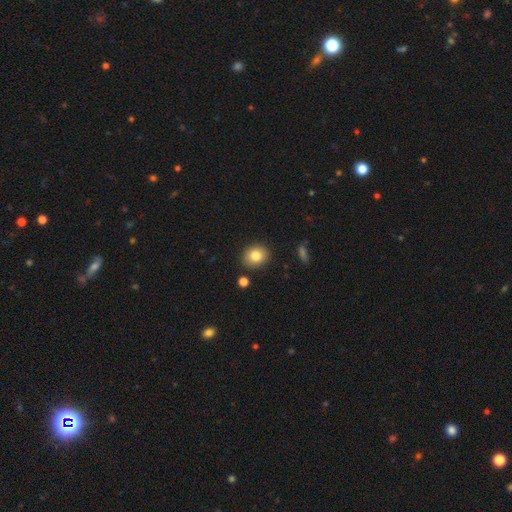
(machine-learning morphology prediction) Q: Smooth or featured?
A: smooth (82%); runner-up: star or artifact (9%)
Q: How rounded?
A: round (65%); runner-up: in between (34%)
Q: Merging?
A: none (87%); runner-up: minor disturbance (8%)